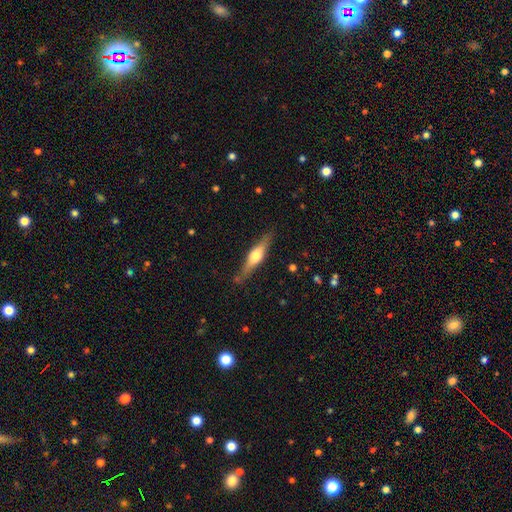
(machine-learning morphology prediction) Smooth or featured? Predicted: featured or disk (p=0.59). Edge-on disk? Predicted: yes (p=0.95). Edge-on bulge? Predicted: rounded (p=0.91). Merging? Predicted: none (p=0.83).